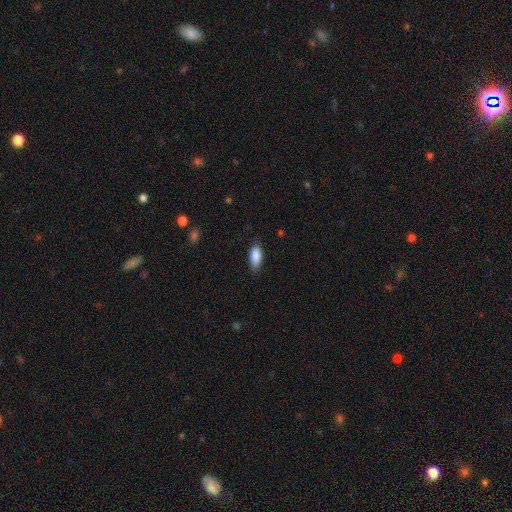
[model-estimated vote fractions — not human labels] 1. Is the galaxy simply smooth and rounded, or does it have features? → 88% smooth, 7% star or artifact, 6% featured or disk.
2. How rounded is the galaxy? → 85% in between, 13% cigar-shaped, 2% round.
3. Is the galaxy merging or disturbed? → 80% none, 16% minor disturbance, 3% major disturbance, 1% merger.